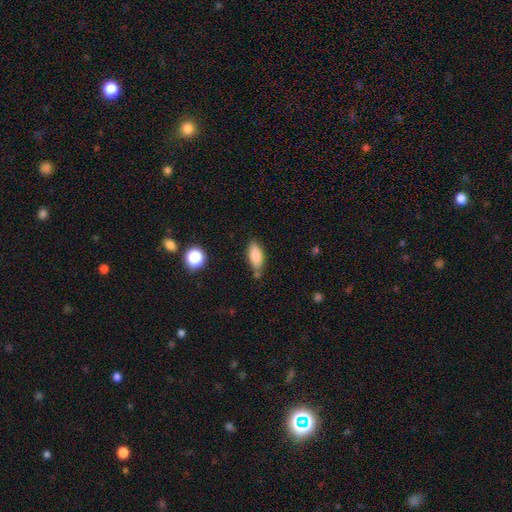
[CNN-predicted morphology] Smooth or featured?
  - smooth: 82% *
  - featured or disk: 11%
  - star or artifact: 8%
How rounded?
  - in between: 82% *
  - cigar-shaped: 15%
  - round: 3%
Merging?
  - none: 68% *
  - minor disturbance: 20%
  - merger: 9%
  - major disturbance: 4%